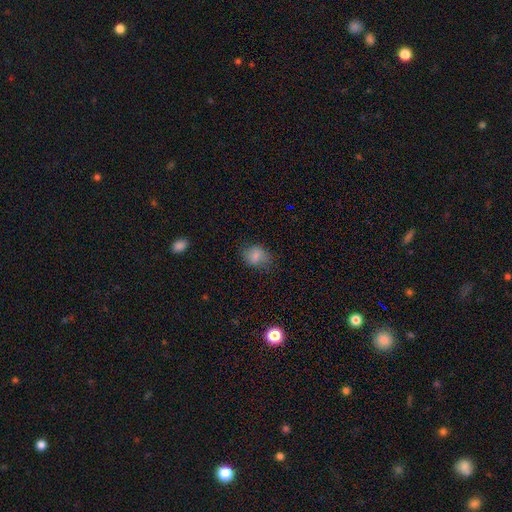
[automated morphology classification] The model was most divided on "how rounded": in between: 53%, round: 46%, cigar-shaped: 1%. More confident: smooth or featured — smooth (79%); merging — none (71%).